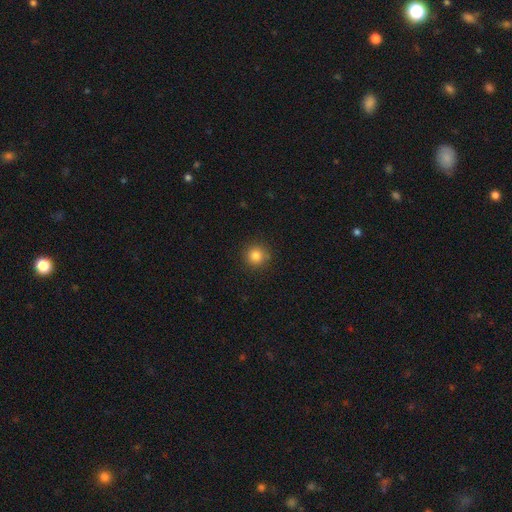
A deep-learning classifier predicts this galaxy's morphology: Smooth or featured? smooth (83%)
How rounded? round (94%)
Merging? none (90%)